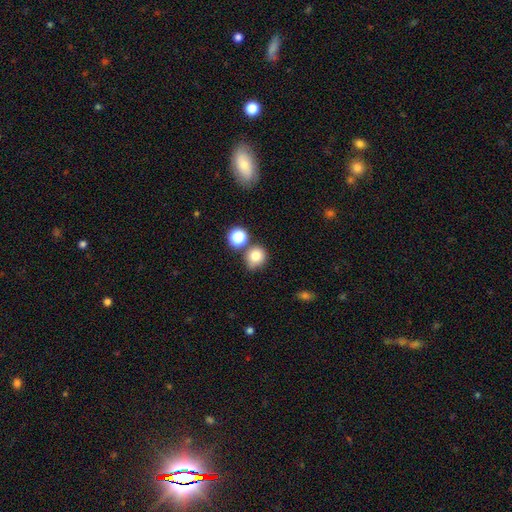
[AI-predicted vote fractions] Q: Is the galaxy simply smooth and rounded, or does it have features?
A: smooth — 79%.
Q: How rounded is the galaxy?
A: round — 79%.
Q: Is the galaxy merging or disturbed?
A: none — 66%.